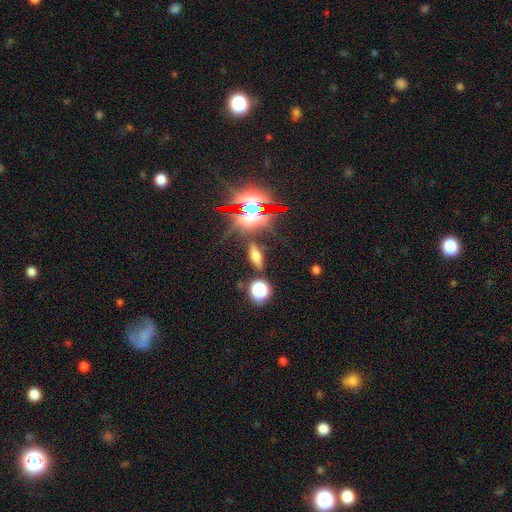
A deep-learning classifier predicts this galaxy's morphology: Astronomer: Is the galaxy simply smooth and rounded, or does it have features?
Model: smooth — 46% (runner-up: featured or disk, 28%).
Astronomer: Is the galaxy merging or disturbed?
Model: none — 80%.